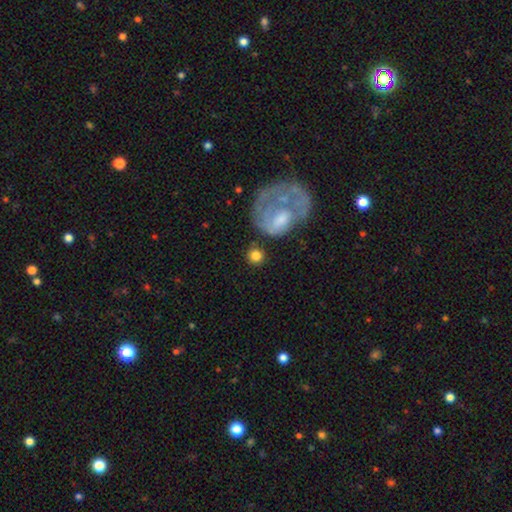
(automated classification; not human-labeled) Morphology: type=smooth (80%); roundness=round (89%); merging=none (75%).